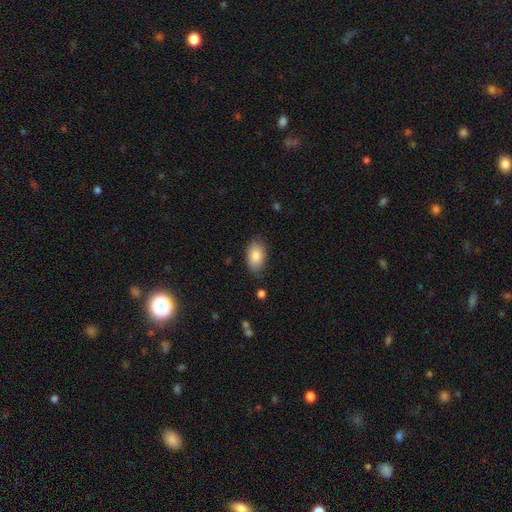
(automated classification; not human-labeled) Smooth or featured? smooth (84%)
How rounded? in between (91%)
Merging? none (76%)